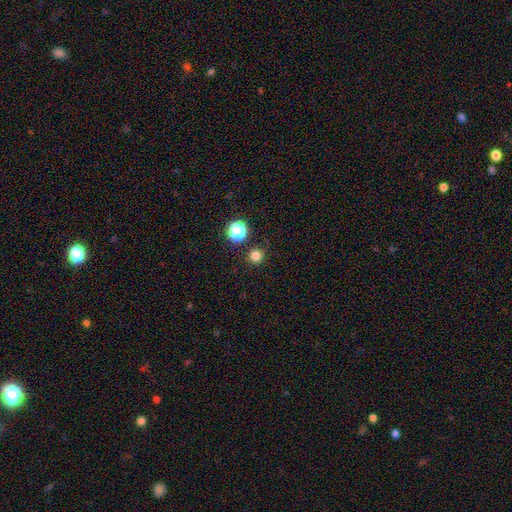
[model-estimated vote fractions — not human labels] Smooth or featured?
  - smooth: 79% *
  - star or artifact: 17%
  - featured or disk: 4%
How rounded?
  - round: 94% *
  - in between: 5%
  - cigar-shaped: 1%
Merging?
  - none: 88% *
  - minor disturbance: 6%
  - merger: 3%
  - major disturbance: 2%